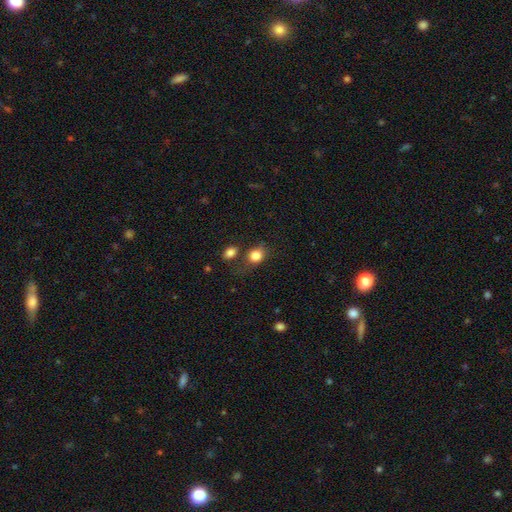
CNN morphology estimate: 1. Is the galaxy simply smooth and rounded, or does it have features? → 83% smooth, 10% star or artifact, 7% featured or disk.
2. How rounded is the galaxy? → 60% round, 38% in between, 1% cigar-shaped.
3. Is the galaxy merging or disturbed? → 62% none, 18% minor disturbance, 13% merger, 7% major disturbance.